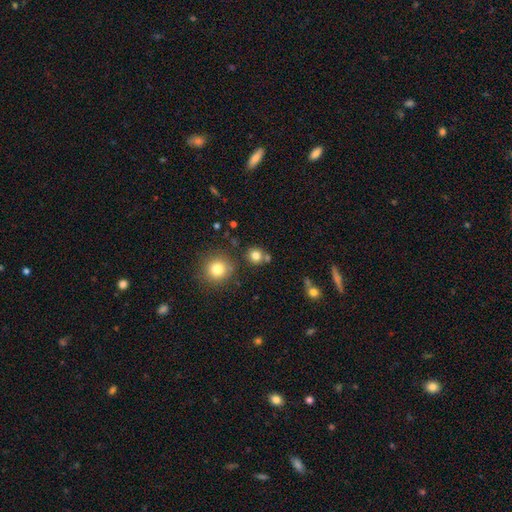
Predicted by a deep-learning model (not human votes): Overall: smooth (79%). How rounded: round (88%). Merging: none (76%).